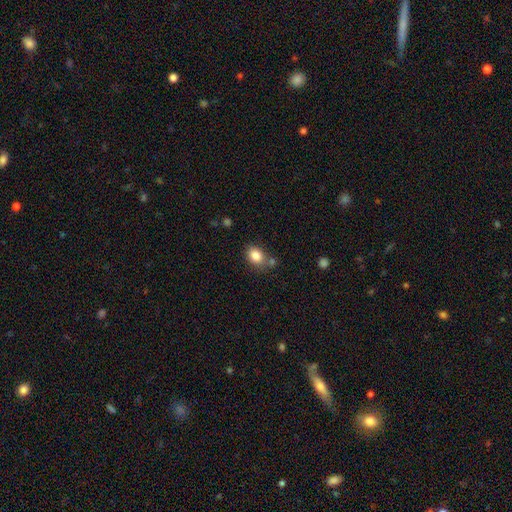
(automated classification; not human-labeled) Morphology: type=smooth (84%); roundness=in between (64%); merging=none (67%).